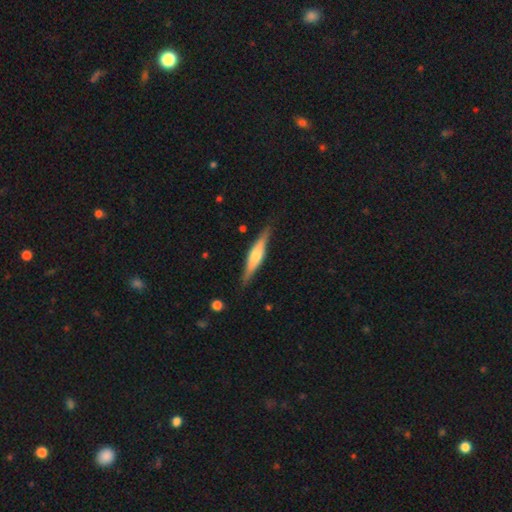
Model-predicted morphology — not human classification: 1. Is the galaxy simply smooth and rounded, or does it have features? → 63% featured or disk, 31% smooth, 5% star or artifact.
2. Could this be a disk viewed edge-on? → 96% yes, 4% no.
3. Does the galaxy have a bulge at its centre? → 81% rounded, 13% boxy, 6% none.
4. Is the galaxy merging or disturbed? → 86% none, 10% minor disturbance, 2% major disturbance, 1% merger.